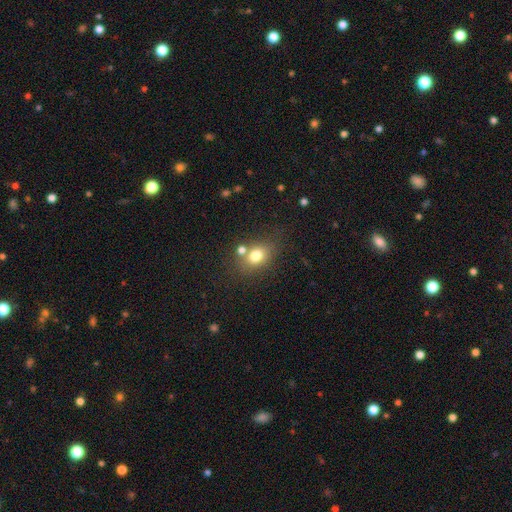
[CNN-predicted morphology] Overall: smooth (76%). How rounded: in between (56%; round 43%). Merging: none (61%).